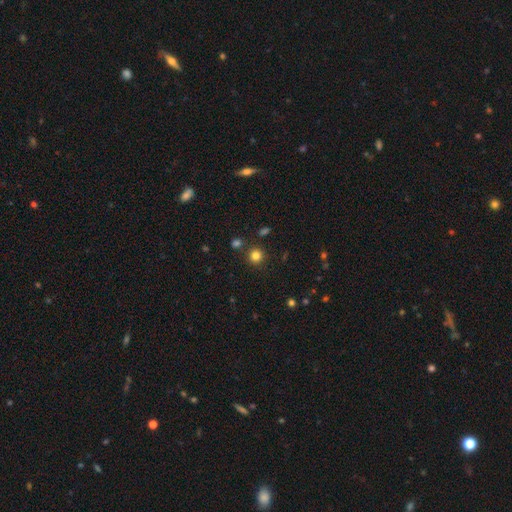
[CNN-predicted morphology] Smooth or featured? smooth (81%)
How rounded? round (93%)
Merging? none (87%)